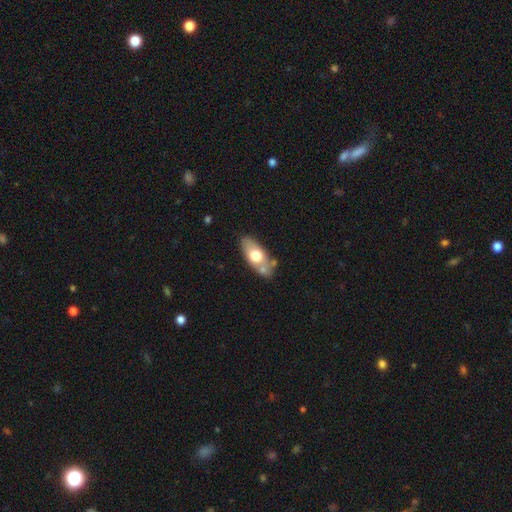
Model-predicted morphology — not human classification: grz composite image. It shows a smooth galaxy with no disk features (60%) that is in between round and cigar-shaped (84%). Merging: none (65%).